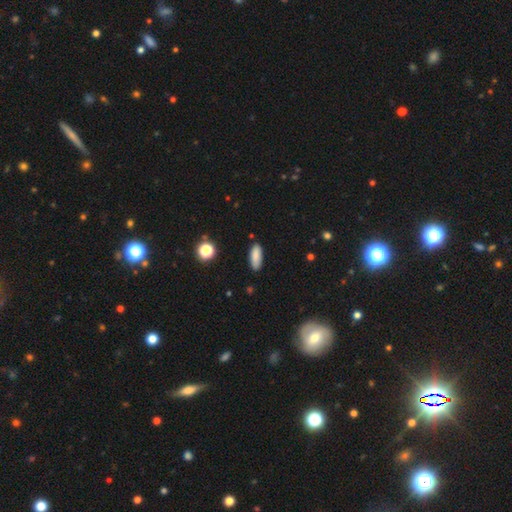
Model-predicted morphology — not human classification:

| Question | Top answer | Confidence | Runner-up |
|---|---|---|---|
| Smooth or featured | smooth | 86% | star or artifact (8%) |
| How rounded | in between | 70% | cigar-shaped (28%) |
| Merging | none | 85% | minor disturbance (11%) |